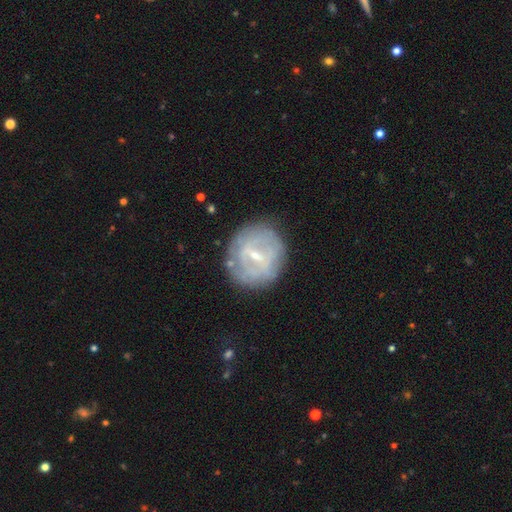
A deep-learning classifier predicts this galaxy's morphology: smooth_or_featured: featured or disk (p=0.69) [alt: smooth p=0.24]
disk_edge_on: no (p=0.95) [alt: yes p=0.05]
bar: weak (p=0.50) [alt: strong p=0.36]
has_spiral_arms: no (p=0.51) [alt: yes p=0.49]
bulge_size: small (p=0.69) [alt: moderate p=0.25]
merging: none (p=0.78) [alt: minor disturbance p=0.14]